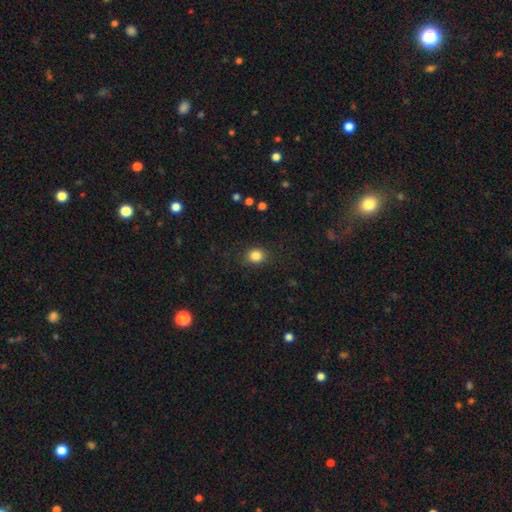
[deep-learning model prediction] Morphology: type=smooth (84%); roundness=round (75%); merging=none (87%).